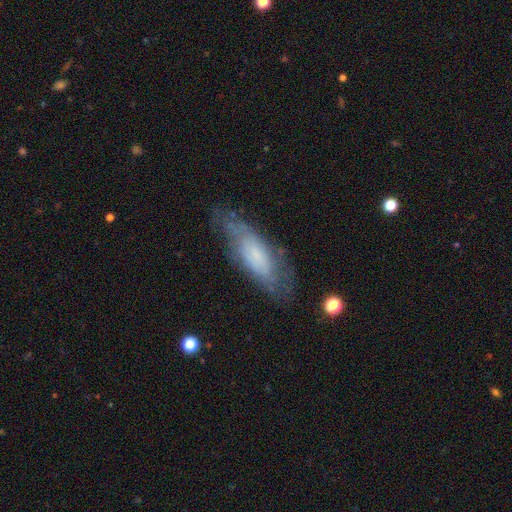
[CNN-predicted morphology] Q: Smooth or featured?
A: smooth (47%); runner-up: featured or disk (45%)
Q: Merging?
A: none (66%); runner-up: minor disturbance (23%)